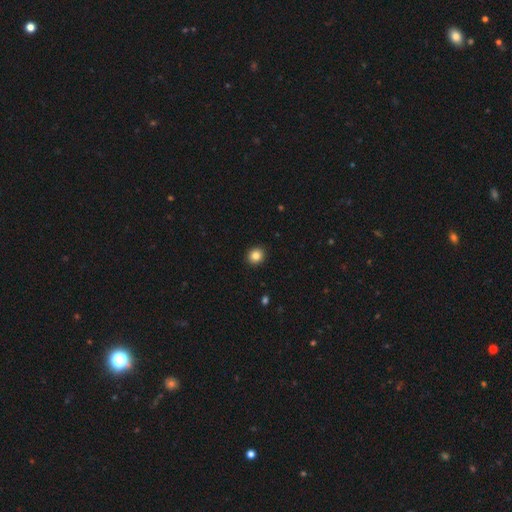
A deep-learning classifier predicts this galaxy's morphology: Smooth or featured? Predicted: smooth (p=0.84). How rounded? Predicted: round (p=0.85). Merging? Predicted: none (p=0.93).